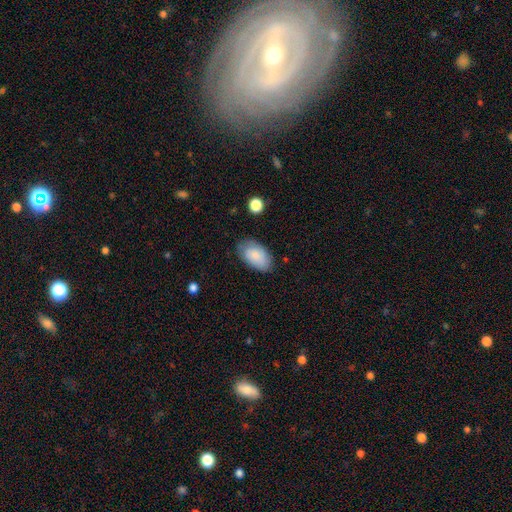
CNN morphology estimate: The model was most divided on "merging": none: 75%, minor disturbance: 19%, major disturbance: 4%, merger: 1%. More confident: how rounded — in between (94%); smooth or featured — smooth (82%).